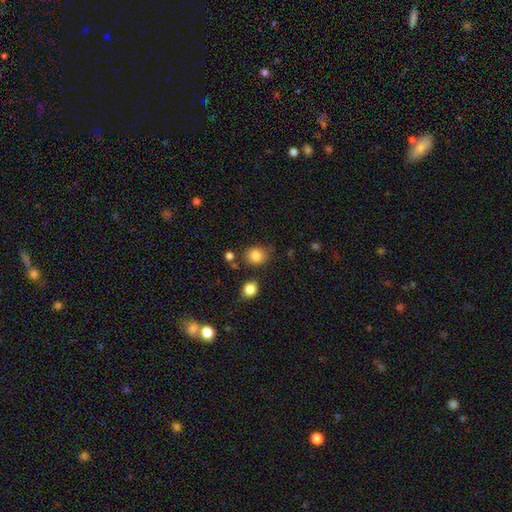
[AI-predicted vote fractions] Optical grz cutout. It shows a smooth galaxy with no disk features (84%) that is round (69%). Merging: none (73%).